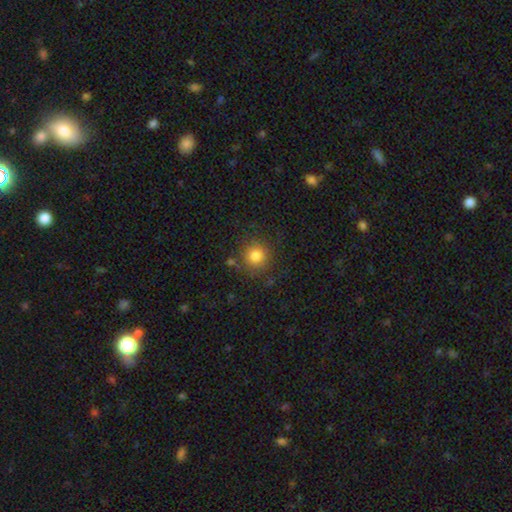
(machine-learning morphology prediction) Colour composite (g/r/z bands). It shows a smooth galaxy with no disk features (82%) that is round (93%). Merging: none (83%).